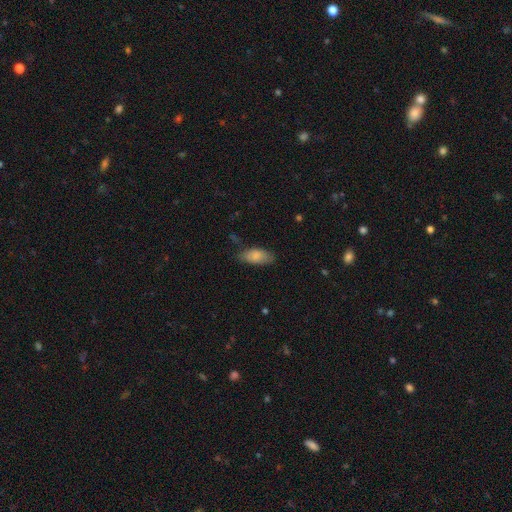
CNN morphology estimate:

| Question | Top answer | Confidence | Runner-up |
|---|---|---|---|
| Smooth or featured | smooth | 82% | featured or disk (11%) |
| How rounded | in between | 87% | cigar-shaped (10%) |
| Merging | none | 71% | minor disturbance (22%) |